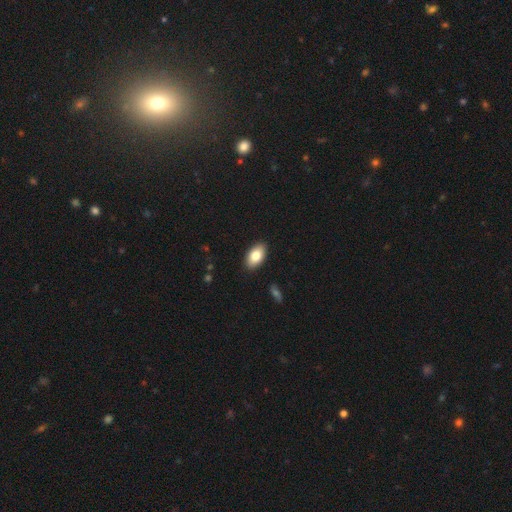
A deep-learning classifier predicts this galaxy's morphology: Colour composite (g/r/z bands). It shows a smooth galaxy with no disk features (82%) that is in between round and cigar-shaped (94%). Merging: none (89%).